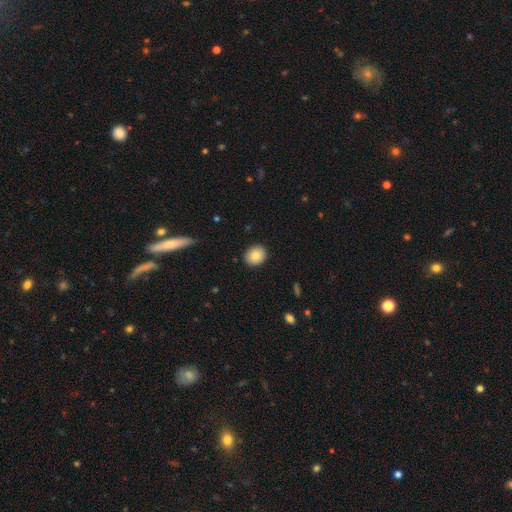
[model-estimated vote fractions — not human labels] Smooth or featured?
  - smooth: 84% *
  - star or artifact: 8%
  - featured or disk: 8%
How rounded?
  - round: 60% *
  - in between: 39%
  - cigar-shaped: 1%
Merging?
  - none: 90% *
  - minor disturbance: 8%
  - major disturbance: 2%
  - merger: 1%